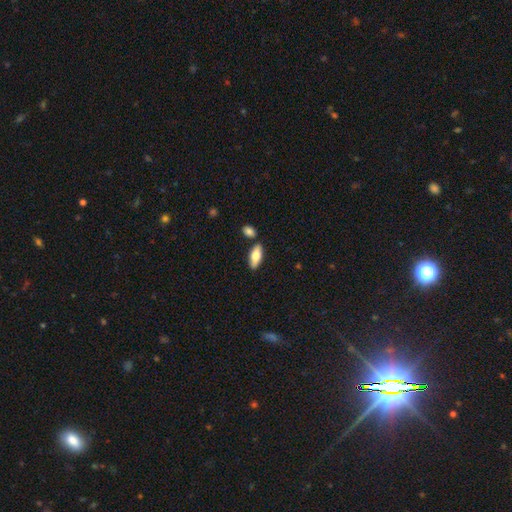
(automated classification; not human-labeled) Smooth or featured? Predicted: smooth (p=0.73). How rounded? Predicted: in between (p=0.79). Merging? Predicted: none (p=0.81).